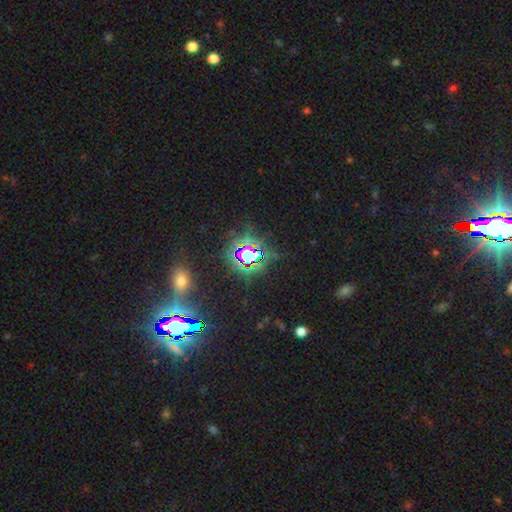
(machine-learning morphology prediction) This appears to be a star or artifact, not a galaxy (82%).